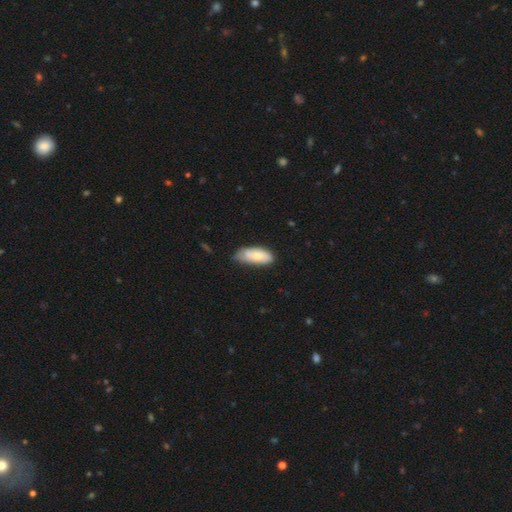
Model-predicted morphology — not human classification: Smooth or featured?
  - smooth: 71% *
  - featured or disk: 23%
  - star or artifact: 6%
How rounded?
  - in between: 84% *
  - cigar-shaped: 14%
  - round: 2%
Merging?
  - none: 54% *
  - minor disturbance: 35%
  - major disturbance: 7%
  - merger: 5%